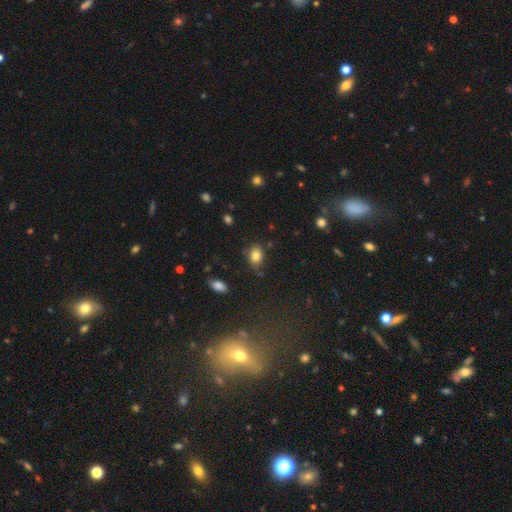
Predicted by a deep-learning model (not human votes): smooth_or_featured: smooth (p=0.82) [alt: star or artifact p=0.10]
how_rounded: in between (p=0.73) [alt: round p=0.25]
merging: none (p=0.75) [alt: minor disturbance p=0.18]